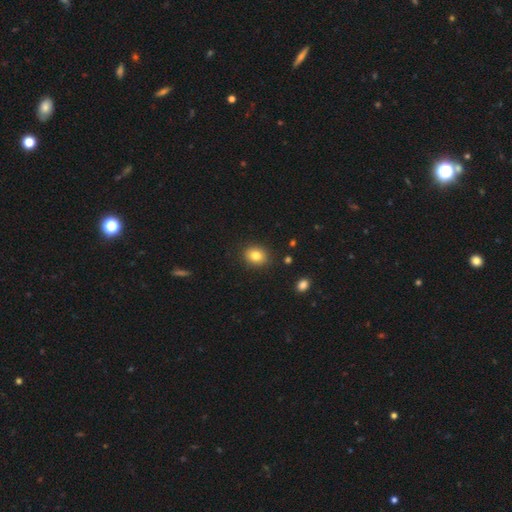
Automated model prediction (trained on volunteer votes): A smooth galaxy with no disk features (82%) that is round (58%).

Vote fractions:
- Smooth or featured? smooth: 82% / star or artifact: 10% / featured or disk: 8%
- How rounded? round: 58% / in between: 41% / cigar-shaped: 1%
- Merging? none: 89% / minor disturbance: 7% / major disturbance: 2% / merger: 1%